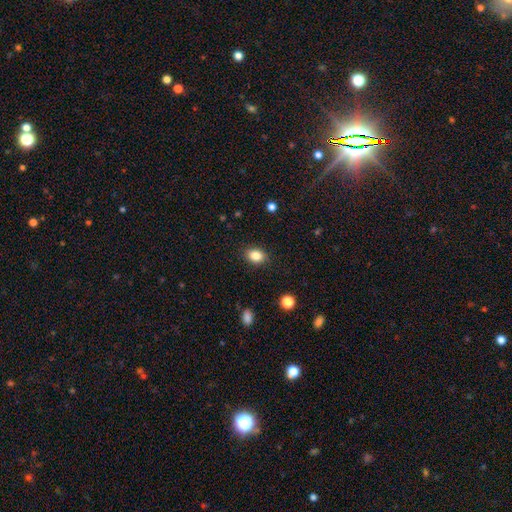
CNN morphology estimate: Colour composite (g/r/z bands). It shows a smooth galaxy with no disk features (85%) that is in between round and cigar-shaped (65%). Merging: none (87%).